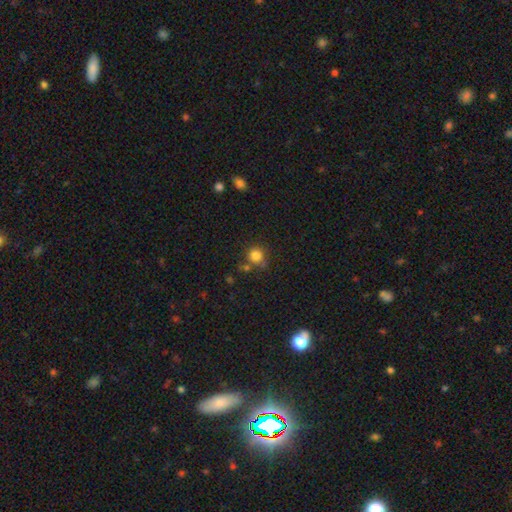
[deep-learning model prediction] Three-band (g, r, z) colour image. It shows a smooth galaxy with no disk features (82%) that is round (91%). Merging: none (72%).